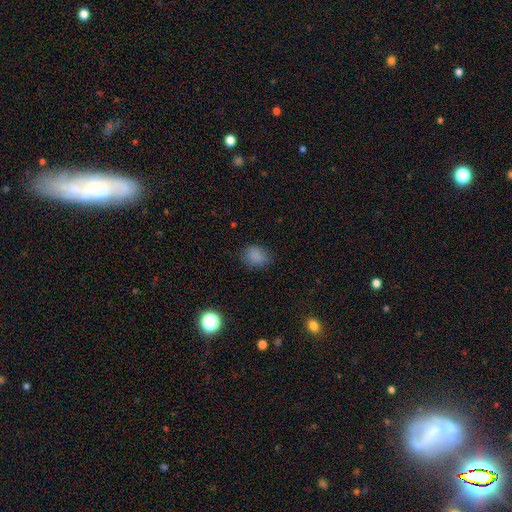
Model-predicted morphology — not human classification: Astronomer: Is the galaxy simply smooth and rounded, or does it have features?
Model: smooth — 83%.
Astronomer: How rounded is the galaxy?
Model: in between — 54% (runner-up: round, 45%).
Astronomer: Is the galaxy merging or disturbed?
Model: none — 77%.